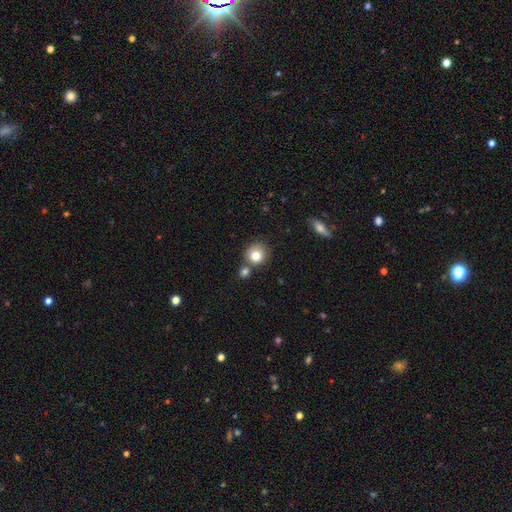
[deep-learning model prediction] This appears to be a smooth galaxy with no disk features (81%) that is round (84%). Merging: none (65%).